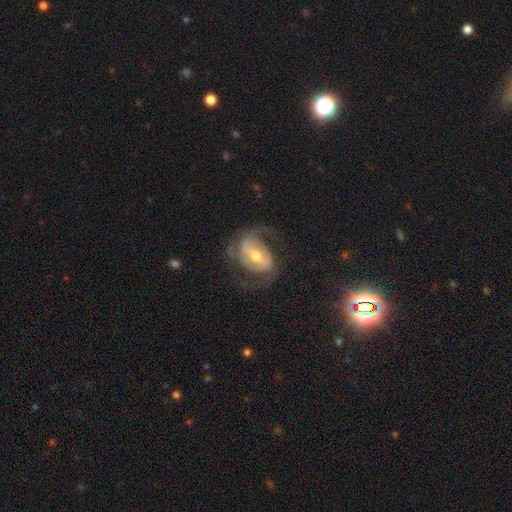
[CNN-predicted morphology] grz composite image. It shows a featured or disk galaxy (81%) with a strong bar (42%), 2 (73%) medium (45%) spiral arms (86%) and a moderate central bulge (70%). Merging: none (58%).